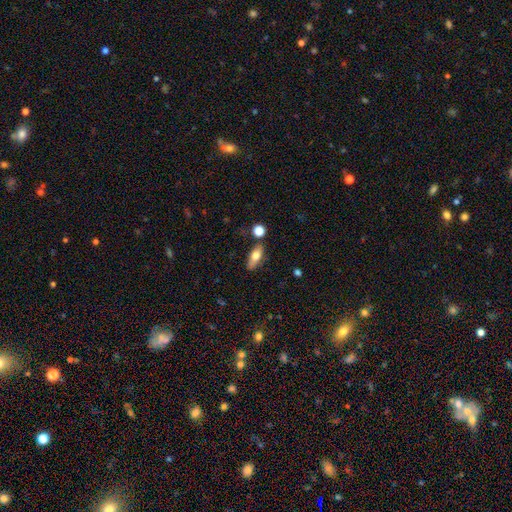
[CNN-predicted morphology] Smooth or featured? Predicted: smooth (p=0.63). How rounded? Predicted: in between (p=0.69). Merging? Predicted: none (p=0.74).